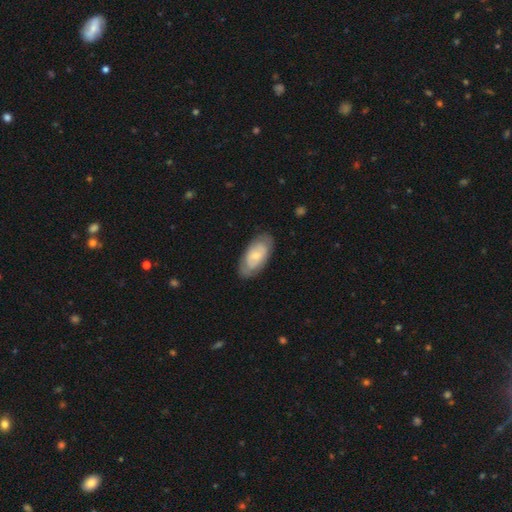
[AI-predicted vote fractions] Morphology: type=smooth (47%, tied with featured or disk); merging=none (77%).